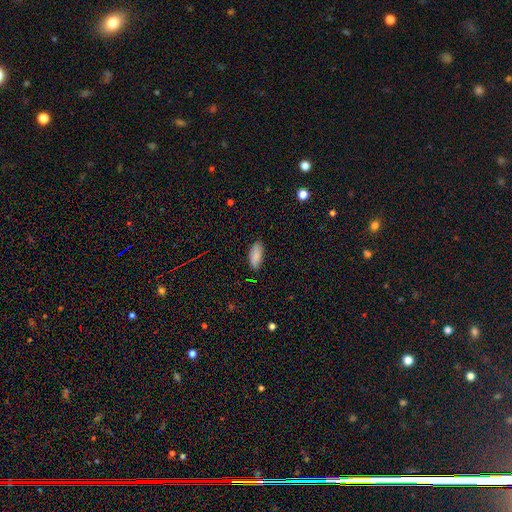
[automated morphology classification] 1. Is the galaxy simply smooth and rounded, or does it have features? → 86% smooth, 7% star or artifact, 6% featured or disk.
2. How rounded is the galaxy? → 86% in between, 12% cigar-shaped, 2% round.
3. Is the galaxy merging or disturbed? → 85% none, 12% minor disturbance, 2% major disturbance, 1% merger.